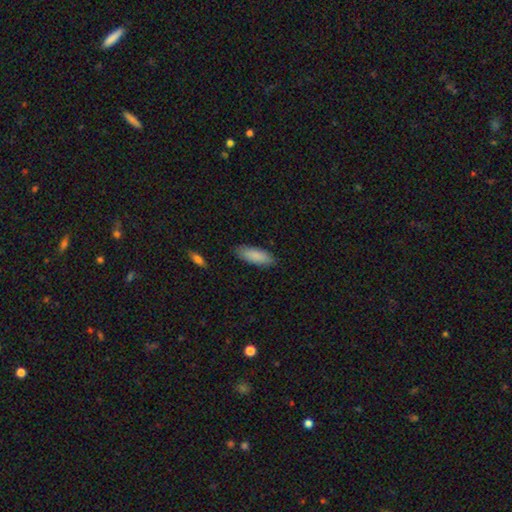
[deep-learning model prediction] Overall: smooth (88%). How rounded: in between (68%; cigar-shaped 31%). Merging: none (87%).